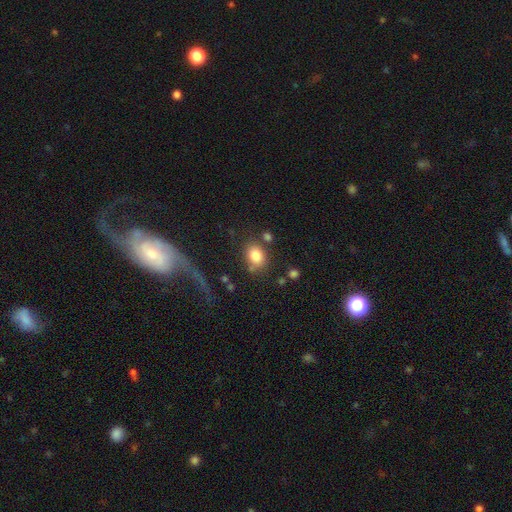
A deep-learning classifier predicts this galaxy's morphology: Q: Smooth or featured?
A: smooth (82%); runner-up: star or artifact (9%)
Q: How rounded?
A: in between (63%); runner-up: round (35%)
Q: Merging?
A: none (70%); runner-up: minor disturbance (14%)